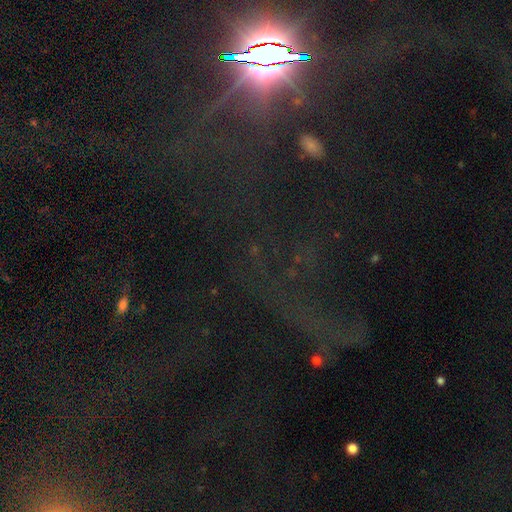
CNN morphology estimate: This appears to be a star or artifact, not a galaxy (71%).